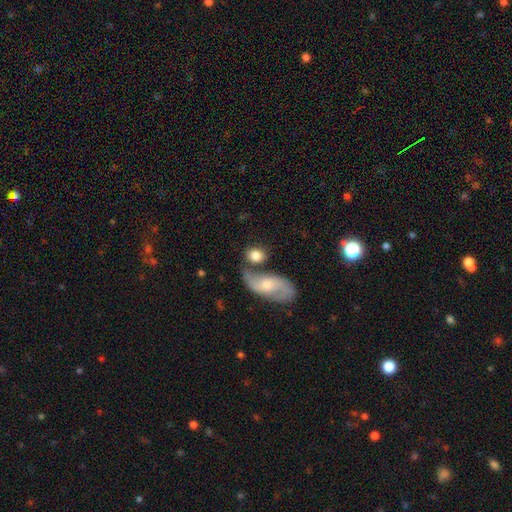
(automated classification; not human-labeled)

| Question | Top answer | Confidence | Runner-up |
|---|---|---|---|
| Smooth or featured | smooth | 74% | featured or disk (19%) |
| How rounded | round | 52% | in between (45%) |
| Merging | none | 53% | merger (28%) |